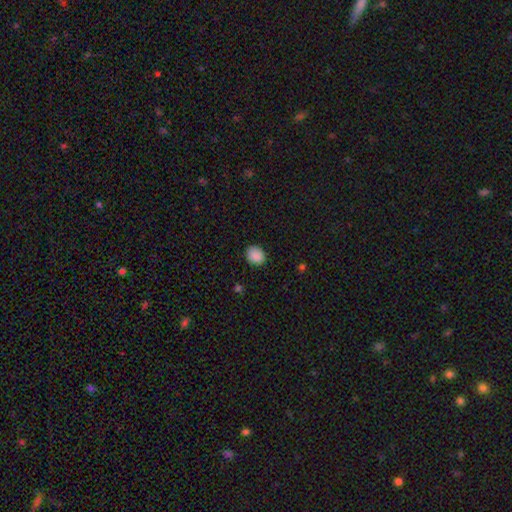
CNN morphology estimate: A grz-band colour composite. It shows a smooth galaxy with no disk features (89%) that is round (61%). Merging: none (87%).